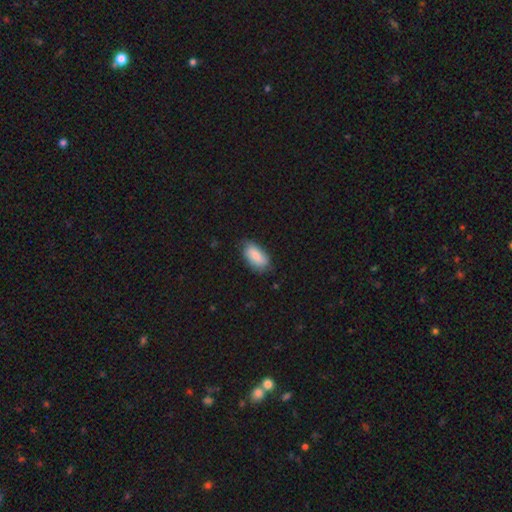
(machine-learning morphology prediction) Q: Smooth or featured?
A: smooth (85%); runner-up: featured or disk (9%)
Q: How rounded?
A: in between (90%); runner-up: cigar-shaped (7%)
Q: Merging?
A: none (72%); runner-up: minor disturbance (23%)